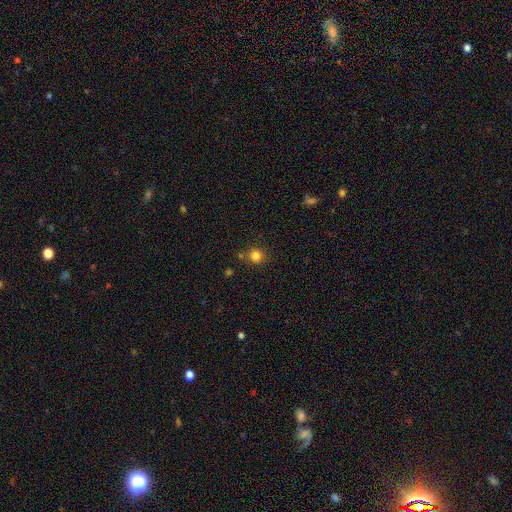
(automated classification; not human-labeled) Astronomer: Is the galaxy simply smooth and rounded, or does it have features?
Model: smooth — 82%.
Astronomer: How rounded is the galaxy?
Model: round — 92%.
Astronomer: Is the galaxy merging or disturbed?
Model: none — 81%.